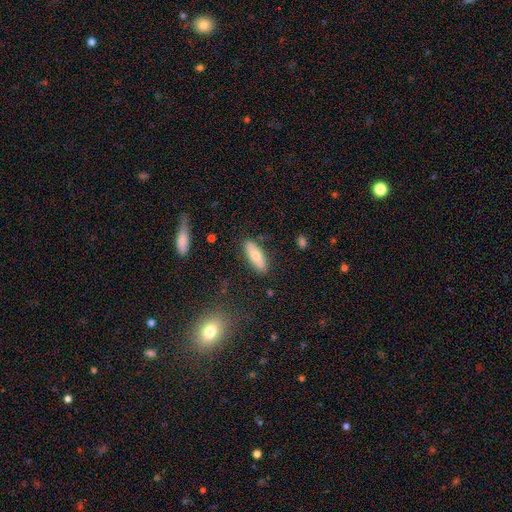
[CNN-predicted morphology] Smooth or featured?
  - smooth: 69% *
  - featured or disk: 24%
  - star or artifact: 6%
How rounded?
  - in between: 54% *
  - cigar-shaped: 44%
  - round: 2%
Merging?
  - none: 85% *
  - minor disturbance: 10%
  - major disturbance: 3%
  - merger: 2%